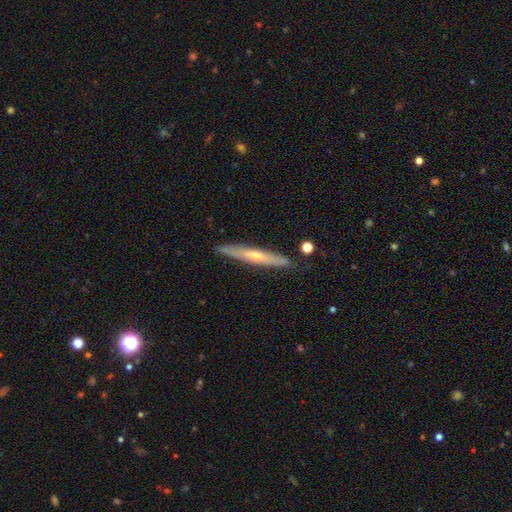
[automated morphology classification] This is likely a featured or disk galaxy (61%). It is clearly viewed edge-on (91%). Edge-on bulge: likely rounded (70%). Merging: clearly none (87%).